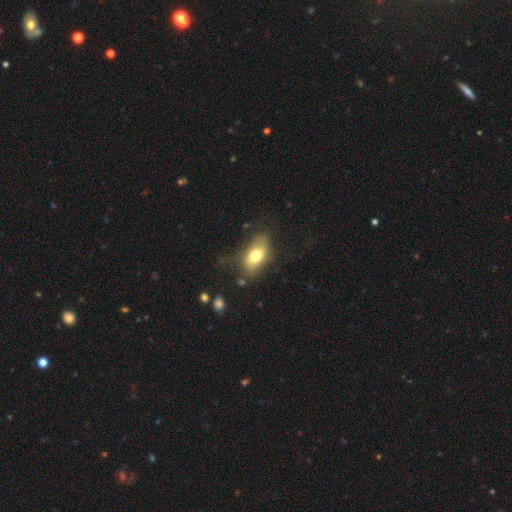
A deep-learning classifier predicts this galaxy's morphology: smooth_or_featured: smooth (p=0.73) [alt: featured or disk p=0.20]
how_rounded: in between (p=0.88) [alt: round p=0.06]
merging: none (p=0.65) [alt: minor disturbance p=0.23]